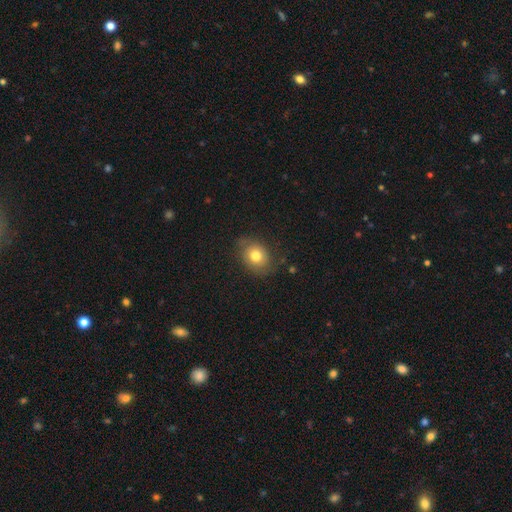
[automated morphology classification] The model was most divided on "how rounded": in between: 50%, round: 49%, cigar-shaped: 1%. More confident: merging — none (72%); smooth or featured — smooth (68%).